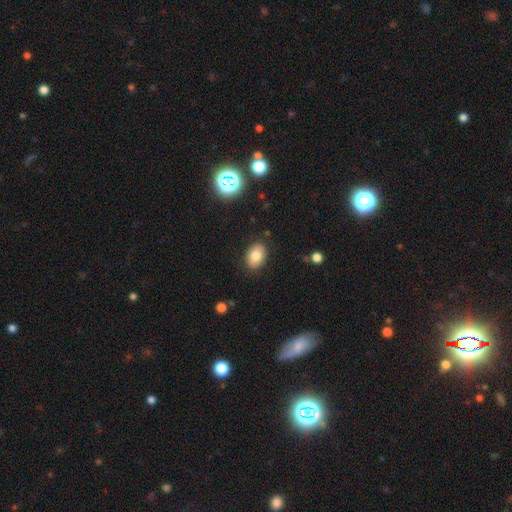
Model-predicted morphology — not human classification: type=smooth (81%); roundness=in between (84%); merging=none (87%).